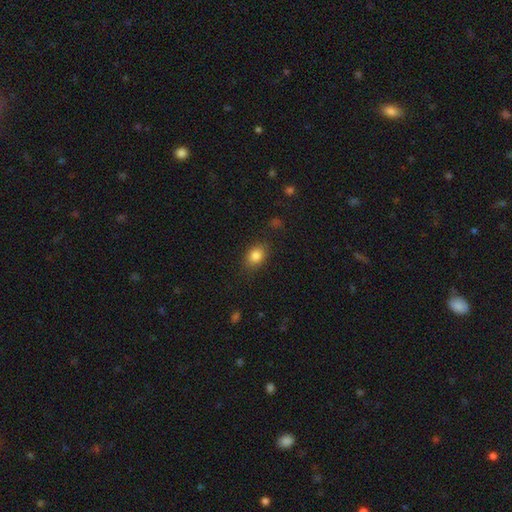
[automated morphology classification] Smooth or featured?
  - smooth: 84% *
  - star or artifact: 9%
  - featured or disk: 7%
How rounded?
  - in between: 68% *
  - round: 30%
  - cigar-shaped: 1%
Merging?
  - none: 83% *
  - minor disturbance: 12%
  - major disturbance: 3%
  - merger: 1%